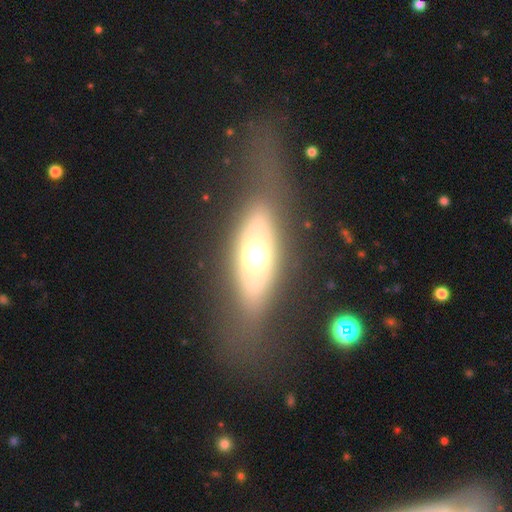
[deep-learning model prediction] Smooth or featured? featured or disk (49%)
Merging? none (64%)